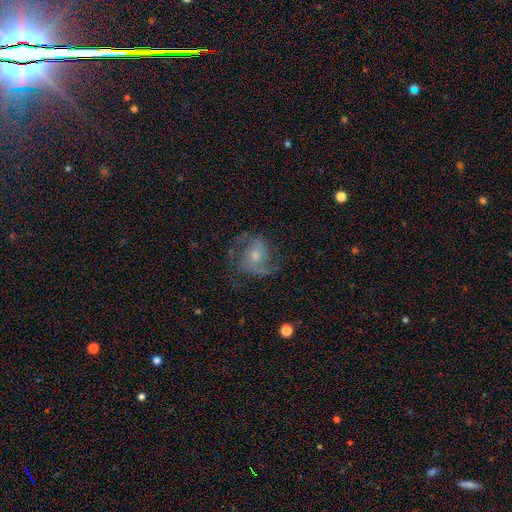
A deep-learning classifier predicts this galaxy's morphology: The model was most divided on "bulge size": small: 45%, moderate: 44%, none: 5%, large: 4%, dominant: 1%. More confident: edge-on disk — no (97%); spiral arms — yes (86%); smooth or featured — featured or disk (72%); spiral arm count — 2 (66%); bar — no (65%); merging — none (58%); spiral winding — medium (51%).